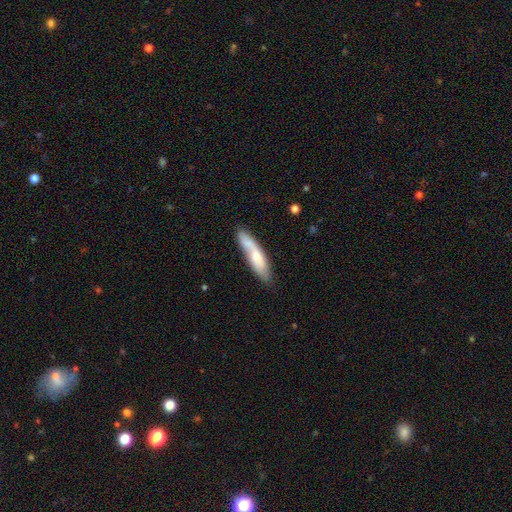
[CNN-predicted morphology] A smooth galaxy with no disk features (63%) that is cigar-shaped (70%). Merging: none (58%).